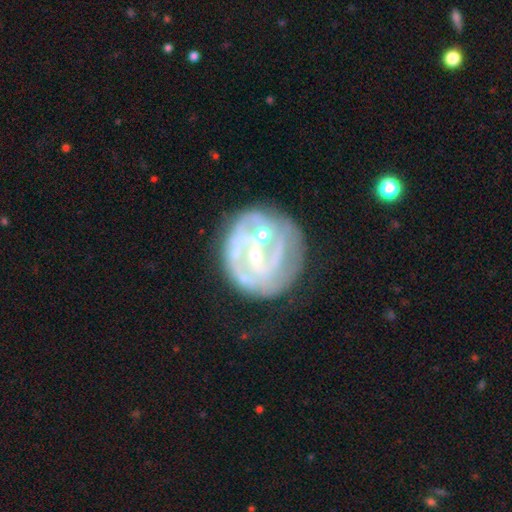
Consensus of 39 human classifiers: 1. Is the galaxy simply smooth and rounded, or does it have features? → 85% featured or disk, 10% smooth, 5% star or artifact.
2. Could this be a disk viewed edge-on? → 100% no, 0% yes.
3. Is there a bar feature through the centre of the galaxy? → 55% weak, 36% no, 9% strong.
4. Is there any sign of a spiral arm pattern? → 76% yes, 24% no.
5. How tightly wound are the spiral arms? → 40% tight (tied), 40% medium (tied), 20% loose.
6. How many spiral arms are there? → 60% 2, 16% can't tell, 12% 1, 12% 3, 0% 4, 0% more than 4.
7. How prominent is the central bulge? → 79% small, 15% moderate, 6% none, 0% dominant, 0% large.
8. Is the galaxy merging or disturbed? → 62% none, 22% merger, 11% major disturbance, 5% minor disturbance.